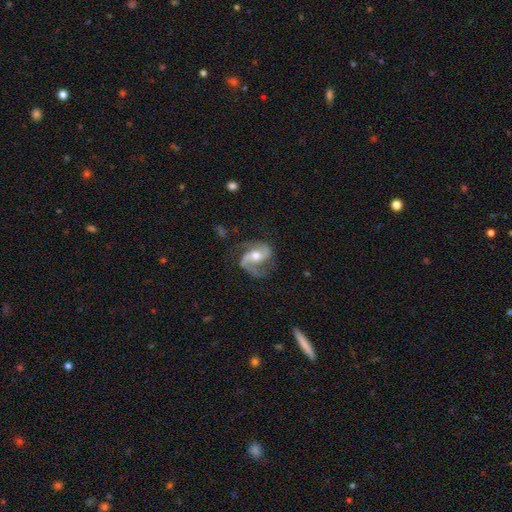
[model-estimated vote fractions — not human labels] This is clearly a featured or disk galaxy (86%). It is clearly not viewed edge-on (97%). Bar: marginally no (39%, tied with weak). Spiral arm pattern: clearly yes (96%). Spiral arm count: clearly 2 (86%). Spiral winding: possibly medium (51%). Central bulge: likely moderate (69%). Merging: likely none (66%).